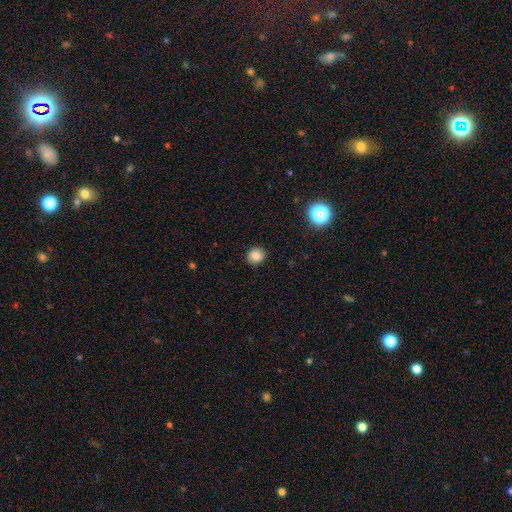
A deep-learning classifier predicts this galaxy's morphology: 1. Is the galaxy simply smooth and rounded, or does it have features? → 83% smooth, 11% star or artifact, 6% featured or disk.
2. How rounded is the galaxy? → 80% round, 19% in between, 1% cigar-shaped.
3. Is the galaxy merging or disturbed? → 90% none, 7% minor disturbance, 2% major disturbance, 1% merger.